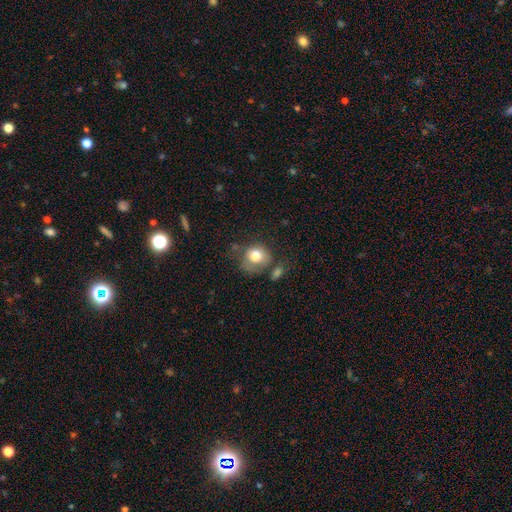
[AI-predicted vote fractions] This is likely a smooth galaxy (77%). How rounded: likely round (66%). Merging: marginally none (40%).